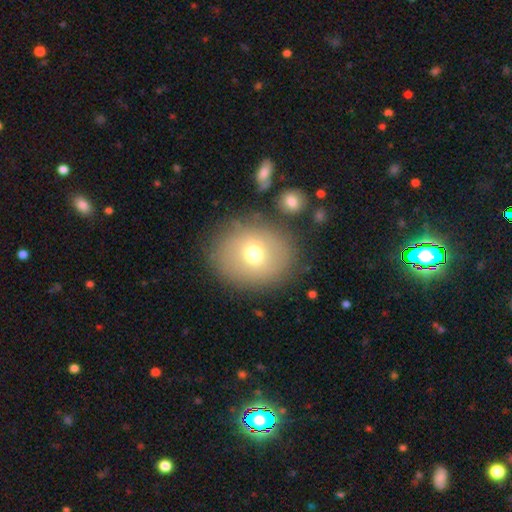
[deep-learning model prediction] Overall: smooth (66%). How rounded: round (67%; in between 32%). Merging: none (82%).